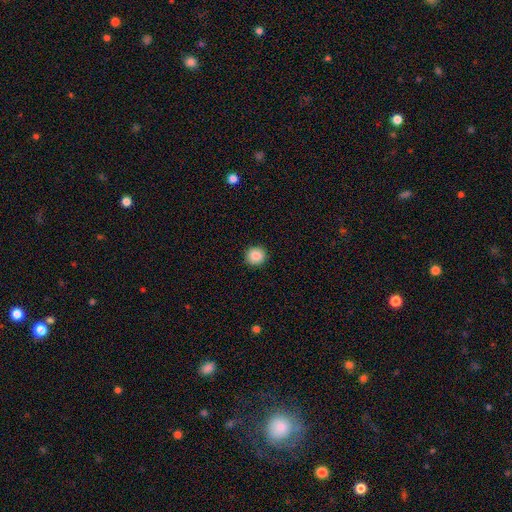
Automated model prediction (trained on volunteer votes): Q: Smooth or featured?
A: smooth (87%); runner-up: star or artifact (8%)
Q: How rounded?
A: round (93%); runner-up: in between (6%)
Q: Merging?
A: none (92%); runner-up: minor disturbance (5%)